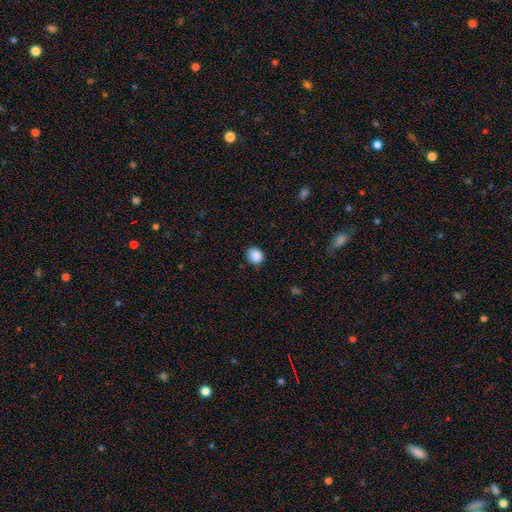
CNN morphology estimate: This appears to be a smooth galaxy with no disk features (88%) that is round (74%). Merging: none (84%).